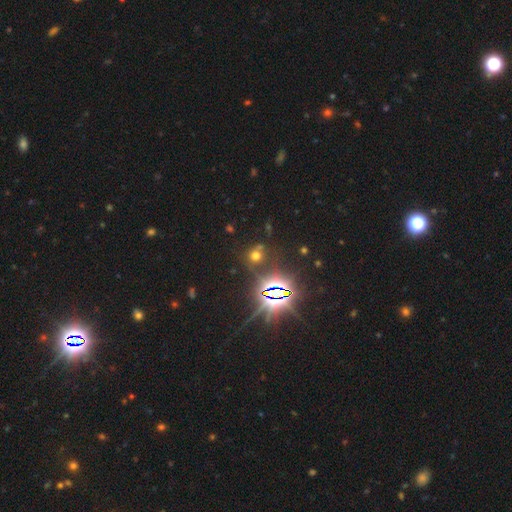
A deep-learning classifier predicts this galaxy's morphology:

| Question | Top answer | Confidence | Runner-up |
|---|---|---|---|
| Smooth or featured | star or artifact | 48% | smooth (42%) |